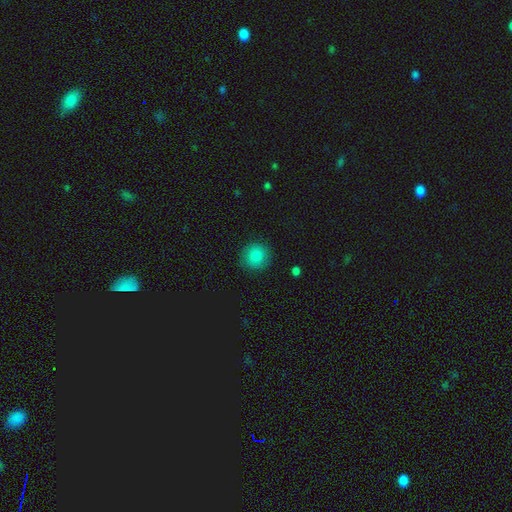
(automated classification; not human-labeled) Morphology: type=smooth (83%); roundness=round (93%); merging=none (88%).